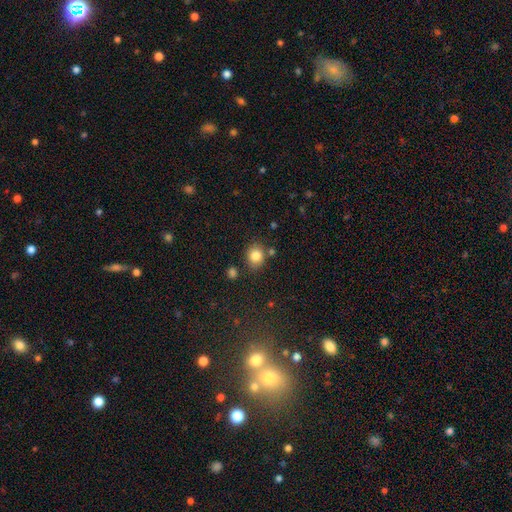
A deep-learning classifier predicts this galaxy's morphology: Smooth or featured? smooth (83%)
How rounded? round (76%)
Merging? none (78%)